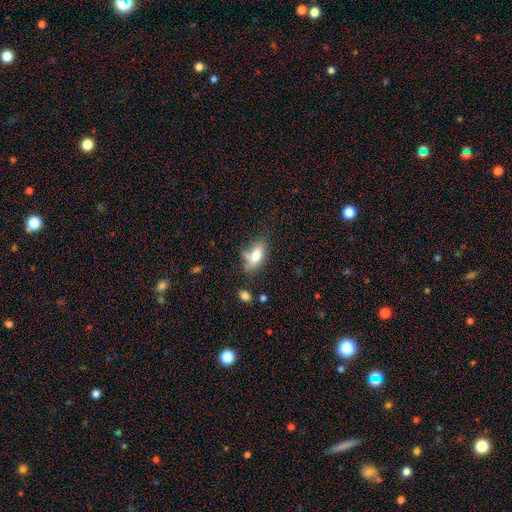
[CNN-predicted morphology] smooth_or_featured: smooth (p=0.74) [alt: featured or disk p=0.18]
how_rounded: in between (p=0.88) [alt: round p=0.06]
merging: none (p=0.52) [alt: minor disturbance p=0.26]